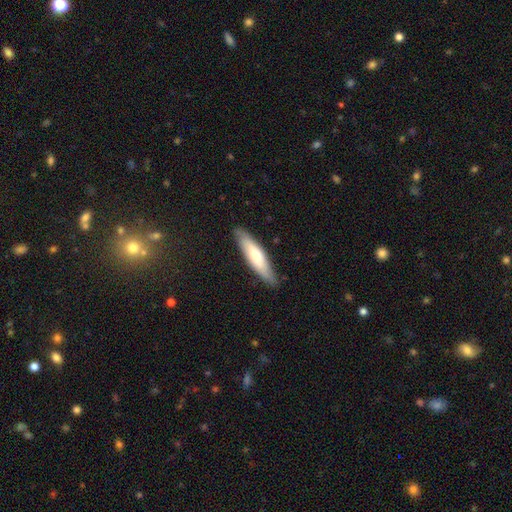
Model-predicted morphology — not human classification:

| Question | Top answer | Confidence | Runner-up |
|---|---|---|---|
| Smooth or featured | smooth | 60% | featured or disk (34%) |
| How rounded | cigar-shaped | 76% | in between (23%) |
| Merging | none | 86% | minor disturbance (11%) |